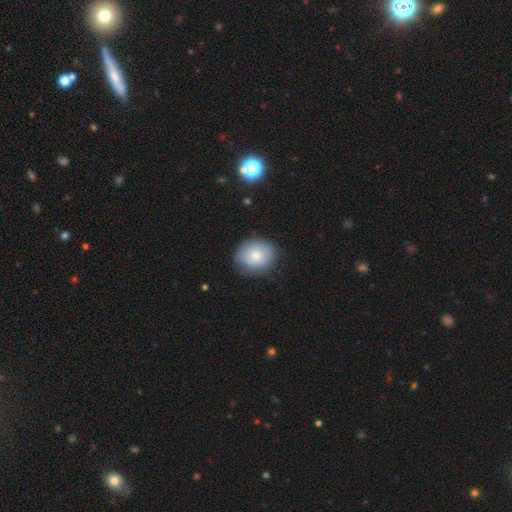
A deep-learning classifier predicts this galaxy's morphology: smooth-or-featured: smooth: 78% | featured or disk: 14% | star or artifact: 8%
  how-rounded: round: 72% | in between: 27% | cigar-shaped: 1%
  merging: none: 83% | minor disturbance: 13% | major disturbance: 3% | merger: 1%